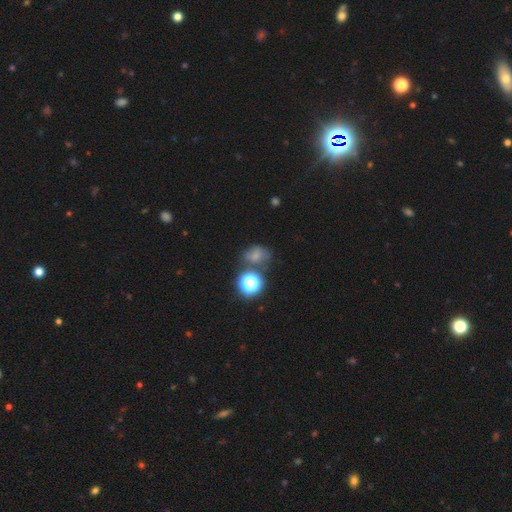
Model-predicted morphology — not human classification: smooth_or_featured: smooth (p=0.58) [alt: star or artifact p=0.25]
how_rounded: in between (p=0.50) [alt: round p=0.49]
merging: none (p=0.51) [alt: minor disturbance p=0.23]